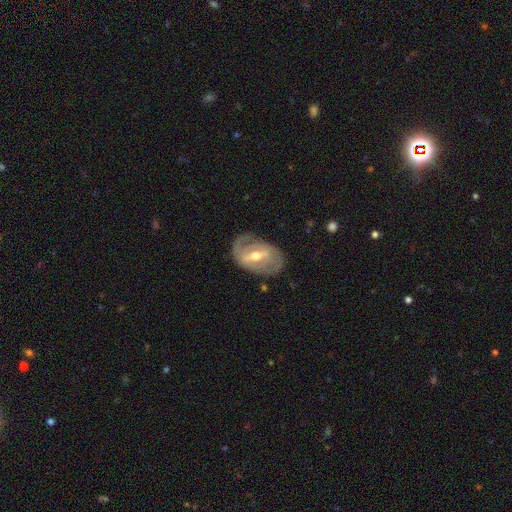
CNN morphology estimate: smooth_or_featured: featured or disk (p=0.78) [alt: smooth p=0.16]
disk_edge_on: no (p=0.94) [alt: yes p=0.06]
bar: strong (p=0.51) [alt: weak p=0.39]
has_spiral_arms: yes (p=0.77) [alt: no p=0.23]
spiral_winding: tight (p=0.43) [alt: medium p=0.38]
spiral_arm_count: 2 (p=0.64) [alt: can't tell p=0.20]
bulge_size: moderate (p=0.69) [alt: small p=0.24]
merging: none (p=0.69) [alt: minor disturbance p=0.20]